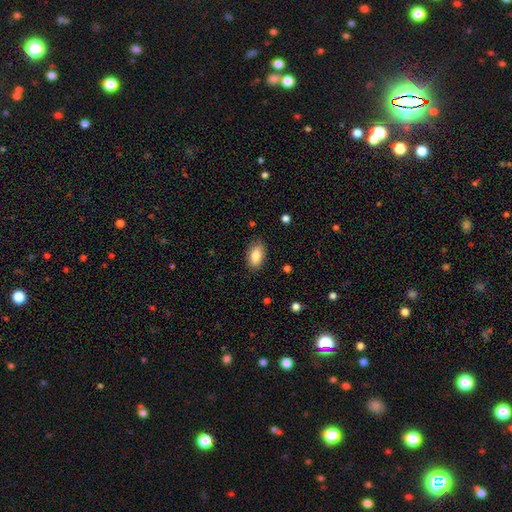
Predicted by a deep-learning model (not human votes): A smooth galaxy with no disk features (86%) that is in between round and cigar-shaped (92%). Merging: none (85%).